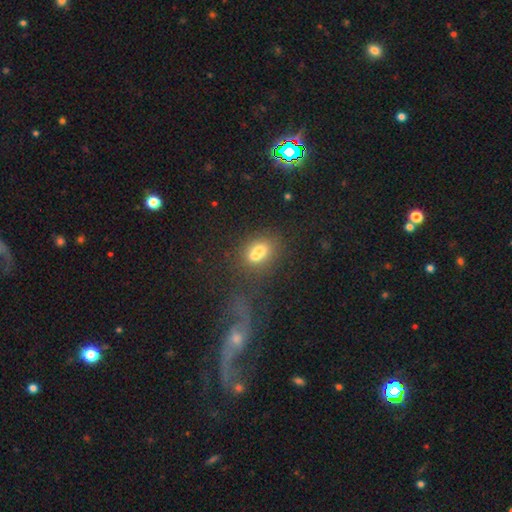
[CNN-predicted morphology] smooth_or_featured: smooth (p=0.62) [alt: featured or disk p=0.24]
how_rounded: in between (p=0.61) [alt: round p=0.37]
merging: merger (p=0.55) [alt: none p=0.27]